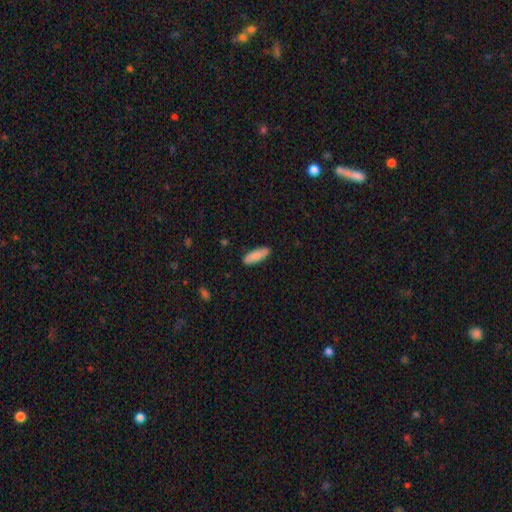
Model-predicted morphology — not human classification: A smooth galaxy with no disk features (85%) that is in between round and cigar-shaped (61%). Merging: none (87%).